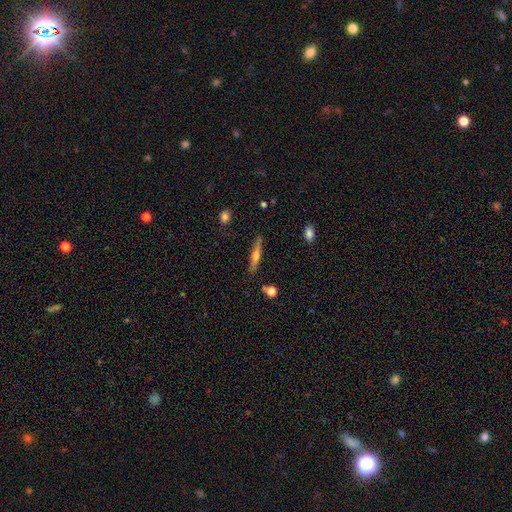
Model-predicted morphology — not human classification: Overall: featured or disk (52%; smooth 41%). Edge-on disk: yes (95%). Merging: none (87%).